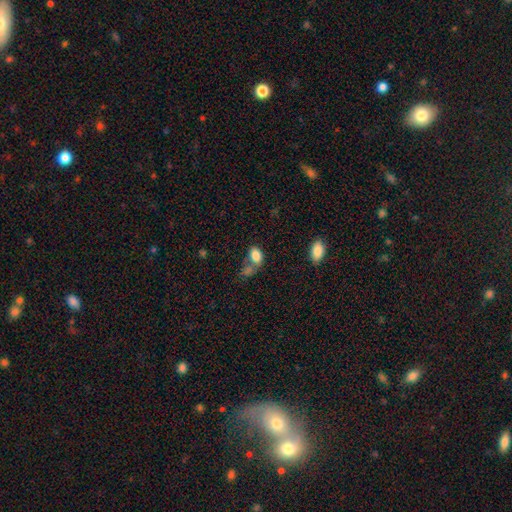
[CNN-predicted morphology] Smooth or featured: smooth — 83% (star or artifact — 9%)
How rounded: in between — 85% (round — 13%)
Merging: none — 39% (merger — 37%)